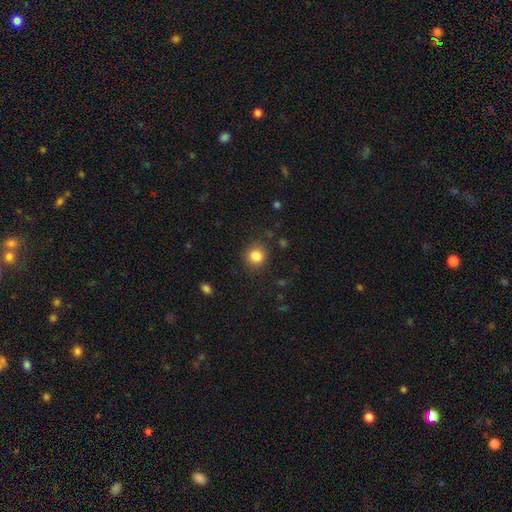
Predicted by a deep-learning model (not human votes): Overall: smooth (84%). How rounded: round (86%). Merging: none (85%).